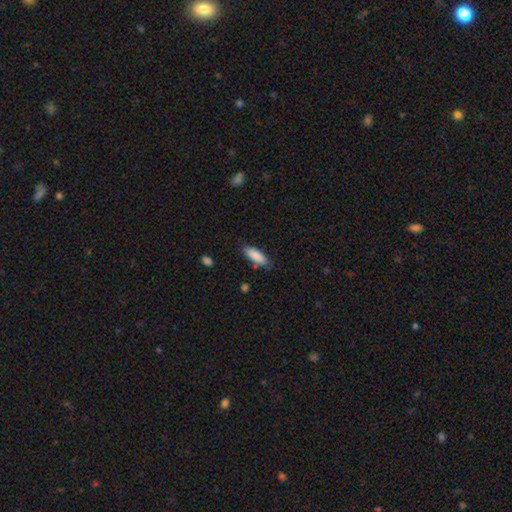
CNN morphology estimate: Smooth or featured? Predicted: smooth (p=0.88). How rounded? Predicted: in between (p=0.66). Merging? Predicted: none (p=0.81).